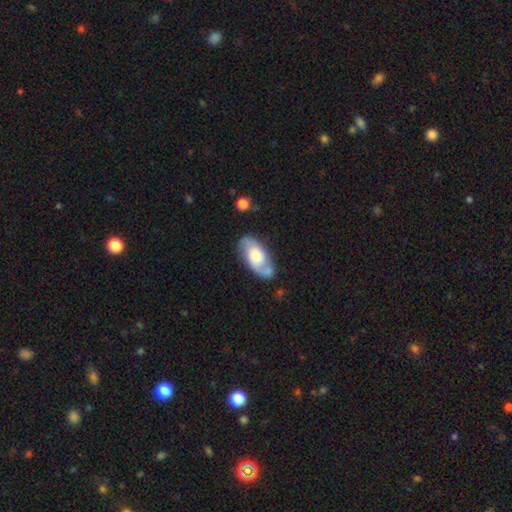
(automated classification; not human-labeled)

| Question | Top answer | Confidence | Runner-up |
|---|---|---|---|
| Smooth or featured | featured or disk | 59% | smooth (35%) |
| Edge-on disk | no | 92% | yes (8%) |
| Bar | no | 68% | weak (26%) |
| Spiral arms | yes | 83% | no (17%) |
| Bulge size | moderate | 40% | large (37%) |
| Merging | none | 63% | minor disturbance (19%) |